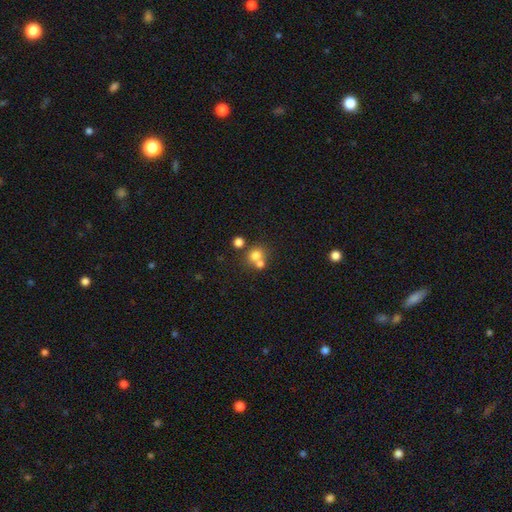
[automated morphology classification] smooth_or_featured: smooth (p=0.72) [alt: star or artifact p=0.14]
how_rounded: round (p=0.83) [alt: in between p=0.16]
merging: merger (p=0.46) [alt: none p=0.44]